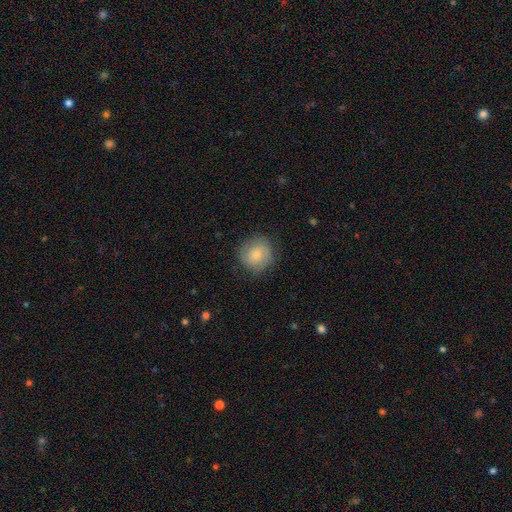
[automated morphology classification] smooth-or-featured: smooth: 66% | featured or disk: 27% | star or artifact: 7%
  how-rounded: round: 89% | in between: 10% | cigar-shaped: 1%
  merging: none: 79% | minor disturbance: 15% | major disturbance: 5% | merger: 1%